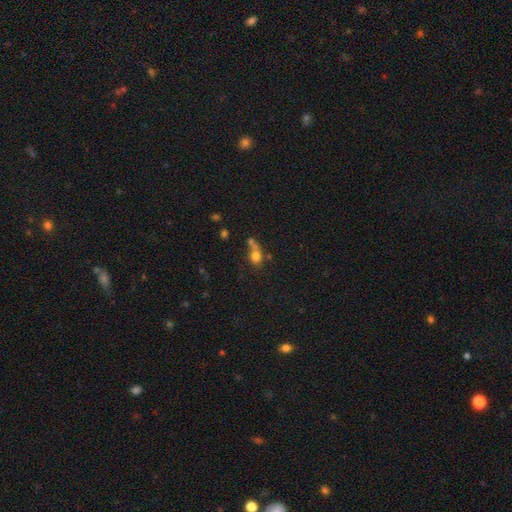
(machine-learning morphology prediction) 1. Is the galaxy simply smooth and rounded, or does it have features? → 72% smooth, 14% featured or disk, 13% star or artifact.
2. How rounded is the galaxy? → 60% round, 37% in between, 3% cigar-shaped.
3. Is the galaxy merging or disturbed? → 41% merger, 31% none, 14% minor disturbance, 14% major disturbance.